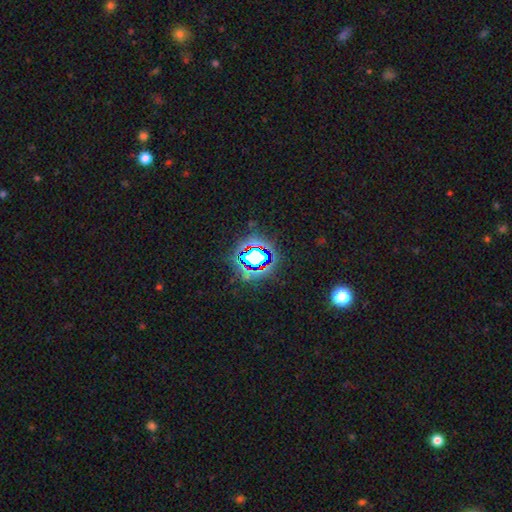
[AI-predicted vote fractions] A star or artifact, not a galaxy (71%).